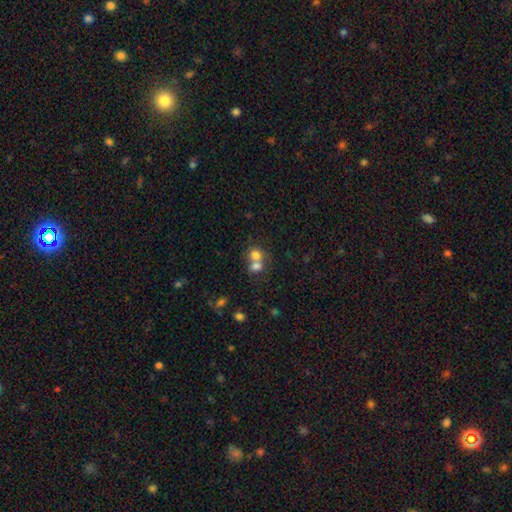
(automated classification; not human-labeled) Q: Smooth or featured?
A: smooth (72%); runner-up: featured or disk (16%)
Q: How rounded?
A: round (68%); runner-up: in between (31%)
Q: Merging?
A: merger (65%); runner-up: none (26%)